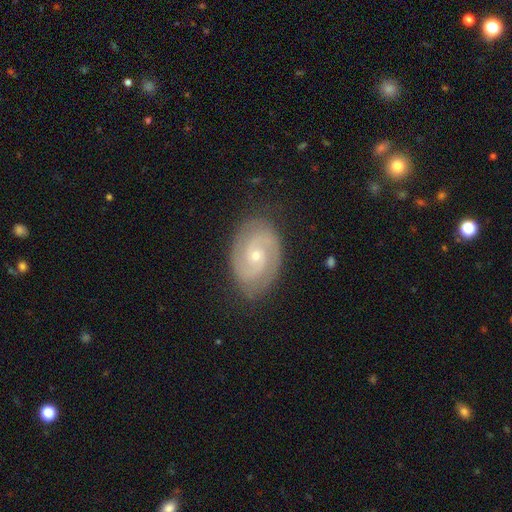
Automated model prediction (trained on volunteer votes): smooth_or_featured: featured or disk (p=0.87) [alt: smooth p=0.08]
disk_edge_on: no (p=0.97) [alt: yes p=0.03]
bar: no (p=0.64) [alt: weak p=0.30]
has_spiral_arms: yes (p=0.97) [alt: no p=0.03]
spiral_winding: tight (p=0.52) [alt: medium p=0.41]
spiral_arm_count: 2 (p=0.84) [alt: 3 p=0.06]
bulge_size: small (p=0.68) [alt: moderate p=0.29]
merging: none (p=0.83) [alt: minor disturbance p=0.13]